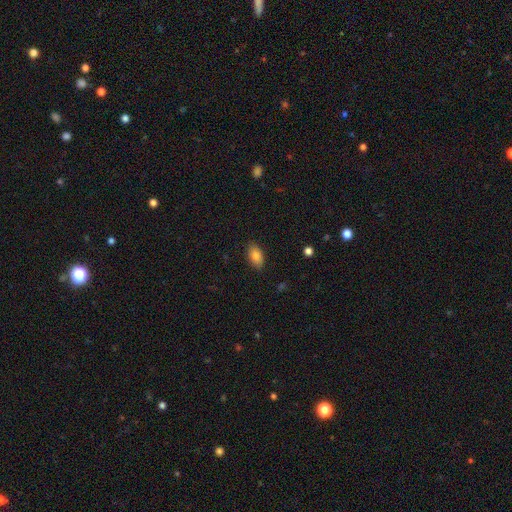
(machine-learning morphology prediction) A smooth galaxy with no disk features (83%) that is in between round and cigar-shaped (92%). Merging: none (87%).